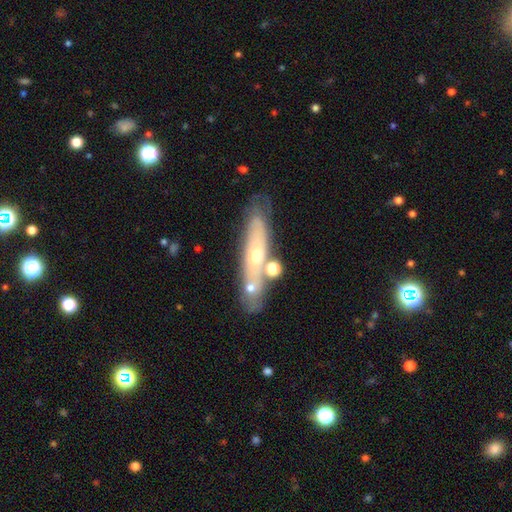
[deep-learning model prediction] smooth-or-featured: featured or disk: 54% | smooth: 37% | star or artifact: 9%
  disk-edge-on: no: 54% | yes: 46%
  merging: none: 58% | minor disturbance: 18% | merger: 17% | major disturbance: 7%